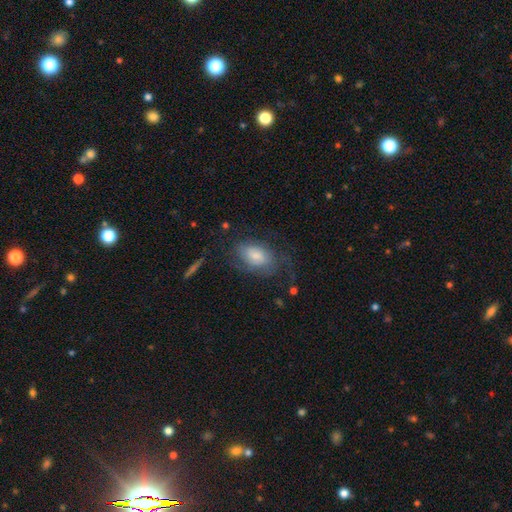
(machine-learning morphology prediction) The model was most divided on "smooth or featured": smooth: 54%, featured or disk: 38%, star or artifact: 8%. More confident: how rounded — in between (89%); merging — none (52%).